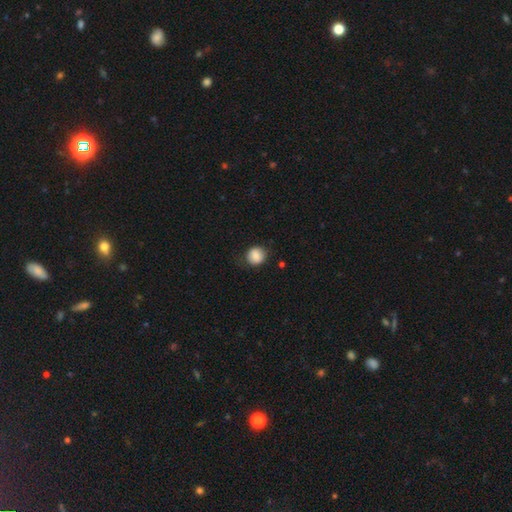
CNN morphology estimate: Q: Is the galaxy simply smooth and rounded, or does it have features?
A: smooth — 84%.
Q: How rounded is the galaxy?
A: round — 82%.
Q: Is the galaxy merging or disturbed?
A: none — 76%.